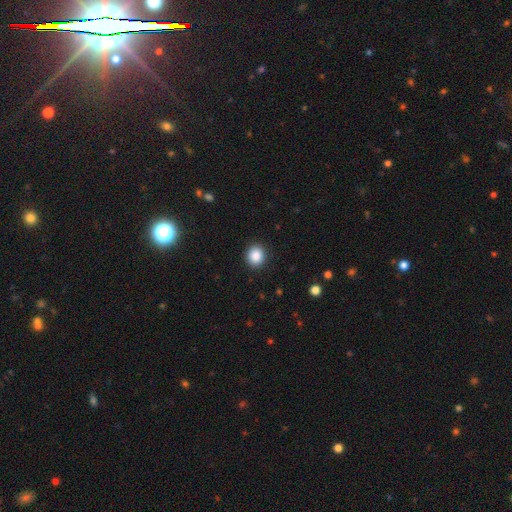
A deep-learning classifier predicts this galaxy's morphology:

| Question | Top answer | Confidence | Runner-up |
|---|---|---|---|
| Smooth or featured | smooth | 87% | star or artifact (9%) |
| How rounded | round | 78% | in between (22%) |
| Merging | none | 91% | minor disturbance (6%) |